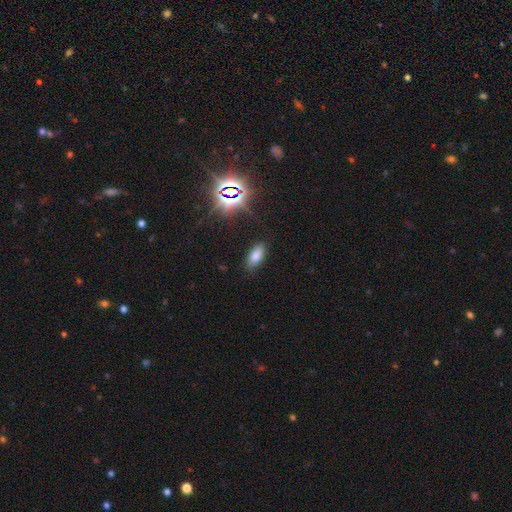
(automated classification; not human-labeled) This is likely a smooth galaxy (75%). How rounded: clearly in between (87%). Merging: clearly none (85%).